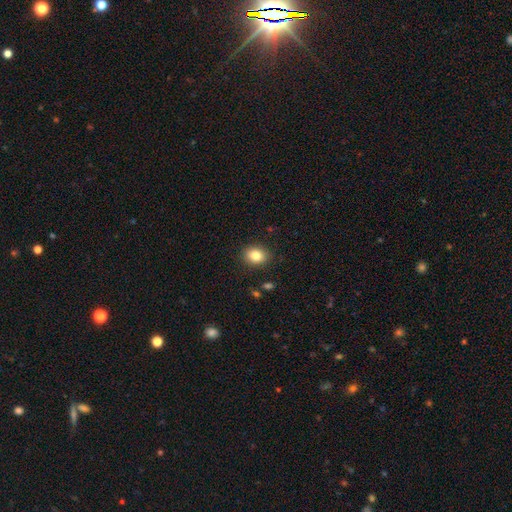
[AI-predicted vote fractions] Q: Smooth or featured?
A: smooth (84%); runner-up: star or artifact (10%)
Q: How rounded?
A: round (50%); tied with: in between (50%)
Q: Merging?
A: none (88%); runner-up: minor disturbance (8%)